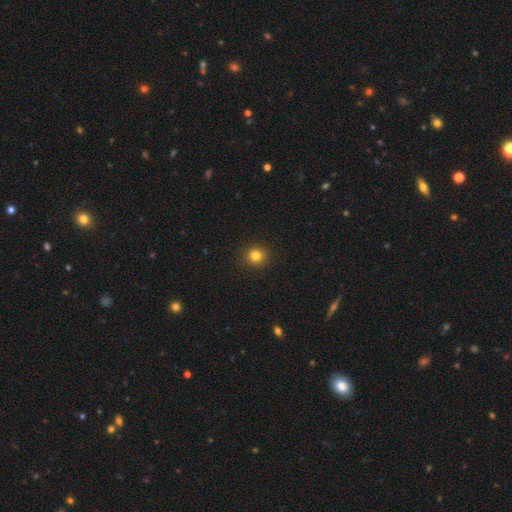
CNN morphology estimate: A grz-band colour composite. It shows a smooth galaxy with no disk features (82%) that is round (93%). Merging: none (92%).